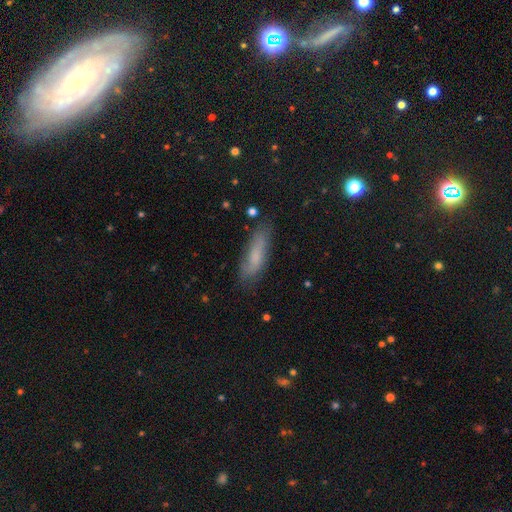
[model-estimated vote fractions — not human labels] Q: Smooth or featured?
A: smooth (68%); runner-up: featured or disk (22%)
Q: How rounded?
A: cigar-shaped (54%); runner-up: in between (44%)
Q: Merging?
A: none (70%); runner-up: minor disturbance (22%)